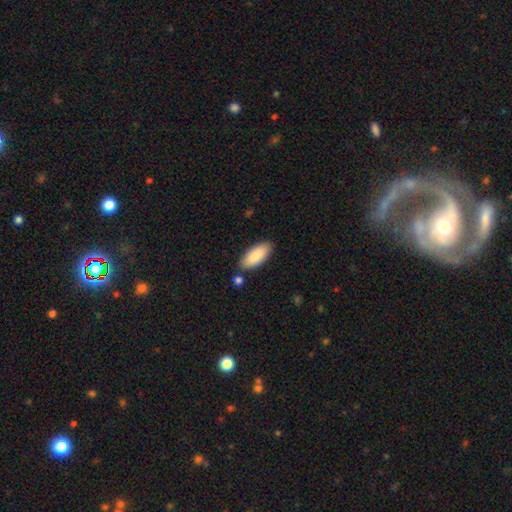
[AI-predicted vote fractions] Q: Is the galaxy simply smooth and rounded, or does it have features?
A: smooth — 88%.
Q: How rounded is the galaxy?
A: in between — 84%.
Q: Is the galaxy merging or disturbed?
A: none — 82%.